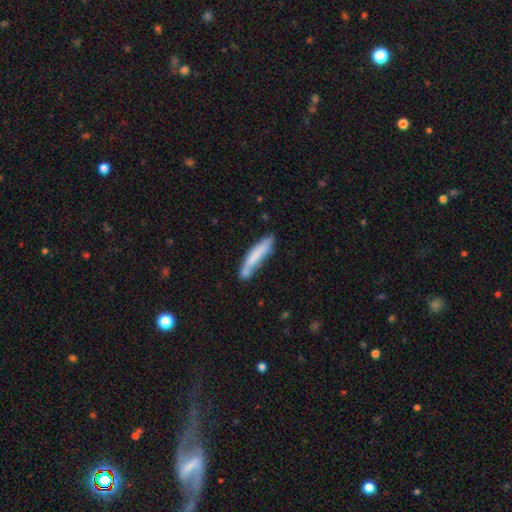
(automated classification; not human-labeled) Morphology: type=smooth (73%); roundness=cigar-shaped (89%); merging=none (59%).